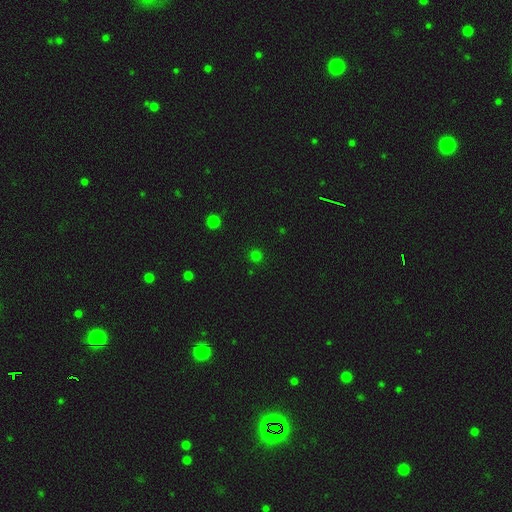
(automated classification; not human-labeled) Smooth or featured: smooth — 72% (star or artifact — 24%)
How rounded: round — 93% (in between — 6%)
Merging: none — 90% (minor disturbance — 6%)